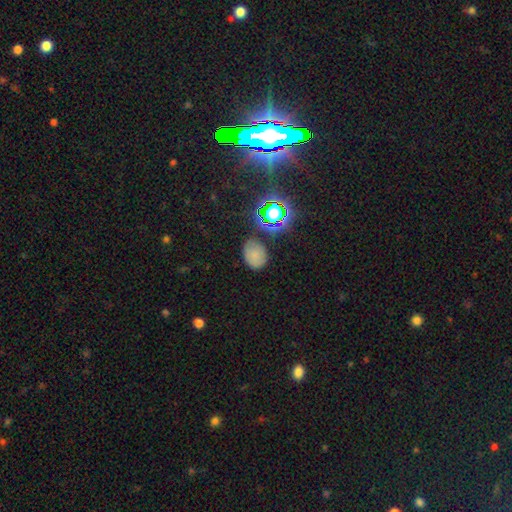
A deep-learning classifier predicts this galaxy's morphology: A smooth galaxy with no disk features (67%) that is in between round and cigar-shaped (63%).

Vote fractions:
- Smooth or featured? smooth: 67% / star or artifact: 22% / featured or disk: 11%
- How rounded? in between: 63% / round: 35% / cigar-shaped: 1%
- Merging? none: 72% / minor disturbance: 19% / major disturbance: 5% / merger: 4%